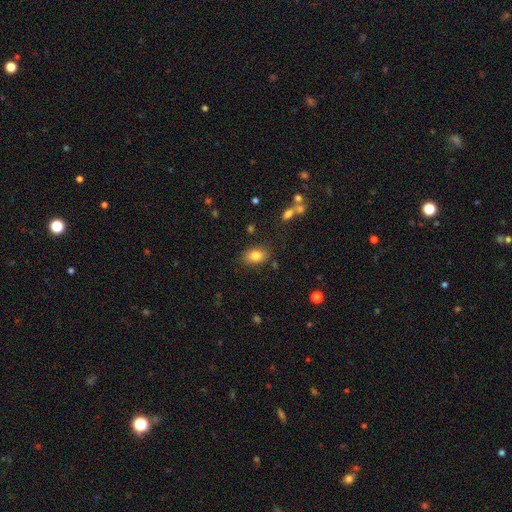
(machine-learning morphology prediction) This is clearly a smooth galaxy (82%). How rounded: clearly in between (86%). Merging: clearly none (82%).